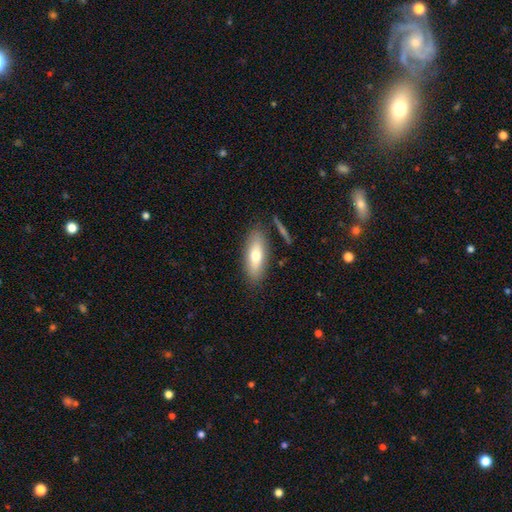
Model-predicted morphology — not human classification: Q: Smooth or featured?
A: smooth (67%); runner-up: featured or disk (26%)
Q: How rounded?
A: in between (66%); runner-up: cigar-shaped (31%)
Q: Merging?
A: none (81%); runner-up: minor disturbance (12%)